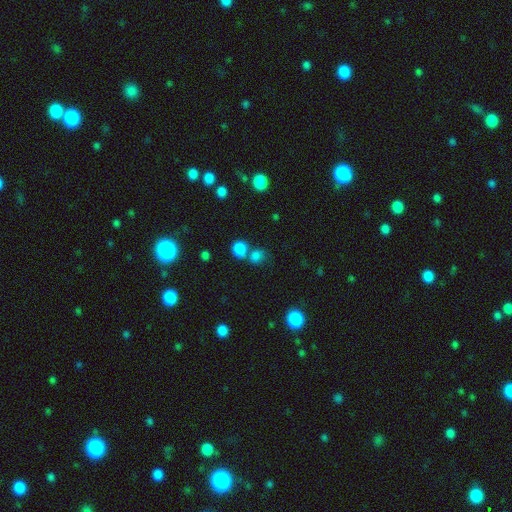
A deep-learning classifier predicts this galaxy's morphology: Smooth or featured?
  - smooth: 79% *
  - star or artifact: 14%
  - featured or disk: 6%
How rounded?
  - round: 70% *
  - in between: 29%
  - cigar-shaped: 1%
Merging?
  - none: 51% *
  - merger: 35%
  - minor disturbance: 10%
  - major disturbance: 5%